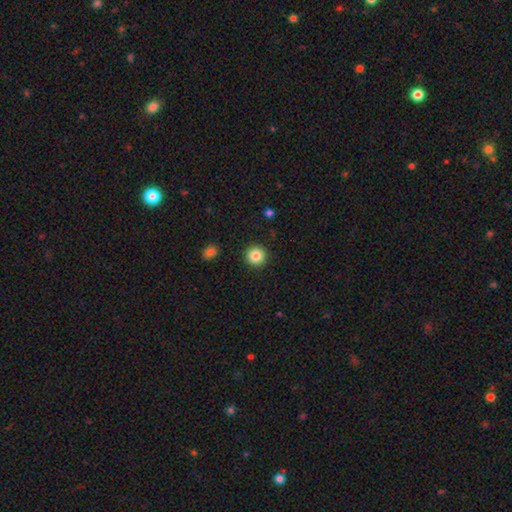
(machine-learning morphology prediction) This is clearly a smooth galaxy (85%). How rounded: clearly round (95%). Merging: clearly none (92%).